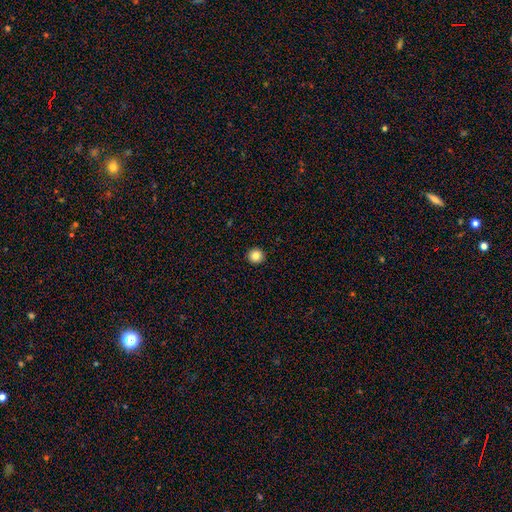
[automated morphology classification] Smooth or featured: smooth — 84% (star or artifact — 10%)
How rounded: round — 95% (in between — 4%)
Merging: none — 93% (minor disturbance — 4%)